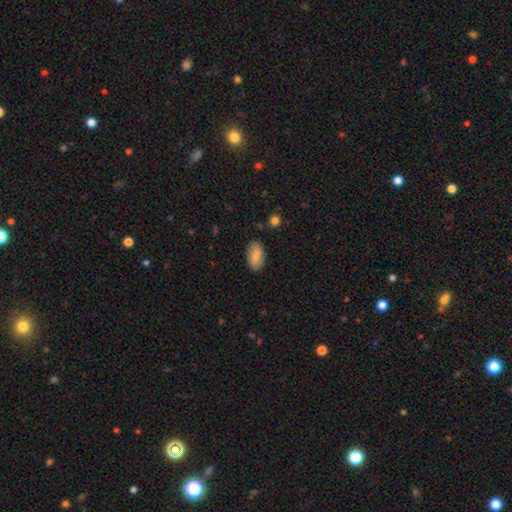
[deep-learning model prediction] Smooth or featured? smooth (78%)
How rounded? in between (94%)
Merging? none (84%)